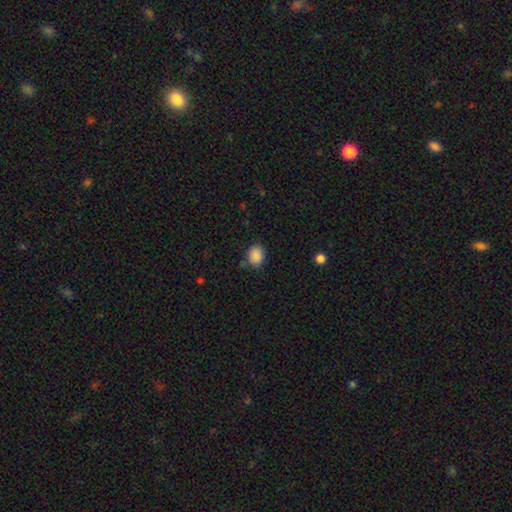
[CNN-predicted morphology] Overall: smooth (88%). How rounded: in between (50%; round 49%). Merging: none (78%).